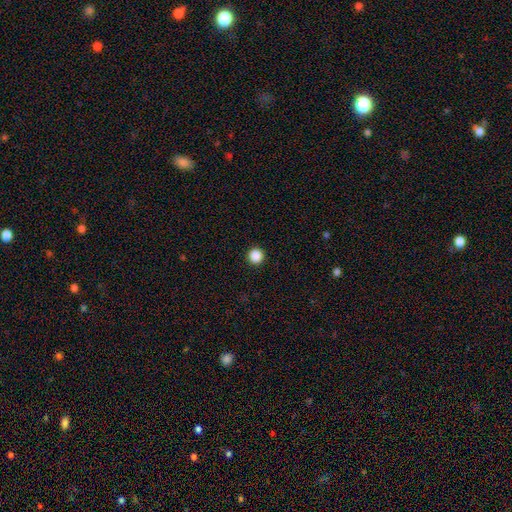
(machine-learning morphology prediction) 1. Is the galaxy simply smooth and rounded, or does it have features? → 88% smooth, 10% star or artifact, 2% featured or disk.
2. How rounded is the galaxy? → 97% round, 3% in between, 1% cigar-shaped.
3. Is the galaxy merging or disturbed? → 94% none, 4% minor disturbance, 1% major disturbance, 1% merger.